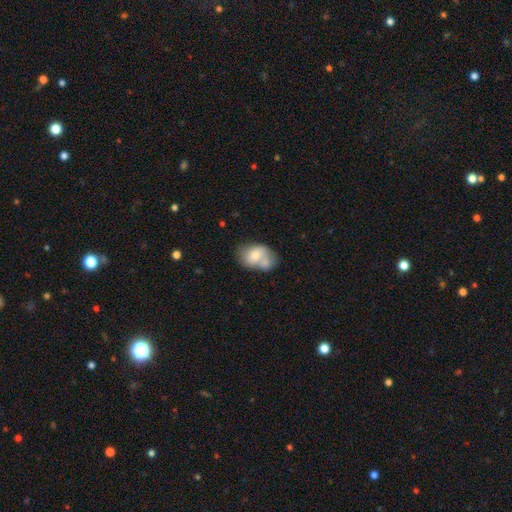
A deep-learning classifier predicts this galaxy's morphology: This is likely a smooth galaxy (64%). How rounded: likely in between (74%). Merging: possibly merger (51%).